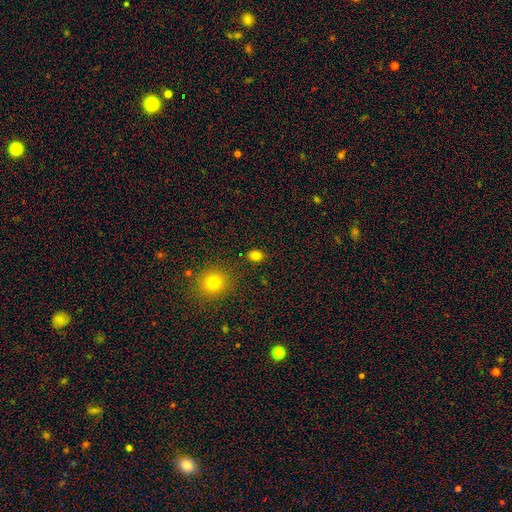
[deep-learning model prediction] smooth-or-featured: smooth: 81% | star or artifact: 14% | featured or disk: 5%
  how-rounded: in between: 53% | round: 46% | cigar-shaped: 1%
  merging: none: 85% | minor disturbance: 9% | major disturbance: 3% | merger: 3%